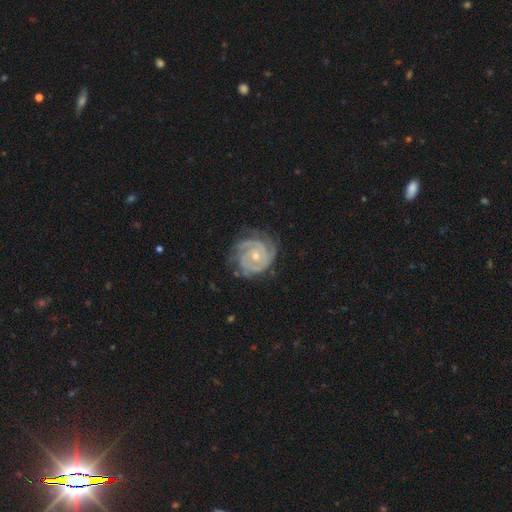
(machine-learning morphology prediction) Q: Smooth or featured?
A: featured or disk (92%); runner-up: star or artifact (4%)
Q: Edge-on disk?
A: no (98%); runner-up: yes (2%)
Q: Bar?
A: no (67%); runner-up: weak (25%)
Q: Spiral arms?
A: yes (98%); runner-up: no (2%)
Q: Spiral winding?
A: tight (78%); runner-up: medium (19%)
Q: Spiral arm count?
A: 3 (40%); runner-up: 2 (32%)
Q: Bulge size?
A: small (55%); runner-up: moderate (42%)
Q: Merging?
A: none (73%); runner-up: minor disturbance (20%)